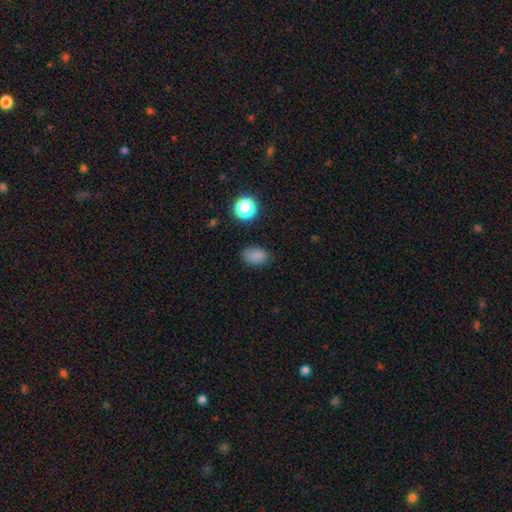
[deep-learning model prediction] A smooth galaxy with no disk features (82%) that is in between round and cigar-shaped (79%).

Vote fractions:
- Smooth or featured? smooth: 82% / star or artifact: 14% / featured or disk: 4%
- How rounded? in between: 79% / round: 19% / cigar-shaped: 1%
- Merging? none: 79% / minor disturbance: 15% / major disturbance: 4% / merger: 2%